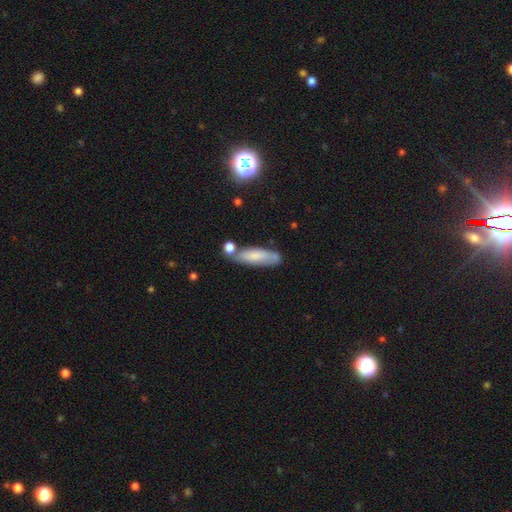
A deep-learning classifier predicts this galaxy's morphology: smooth-or-featured: smooth: 69% | featured or disk: 23% | star or artifact: 9%
  how-rounded: cigar-shaped: 57% | in between: 41% | round: 2%
  merging: none: 61% | minor disturbance: 19% | merger: 14% | major disturbance: 5%